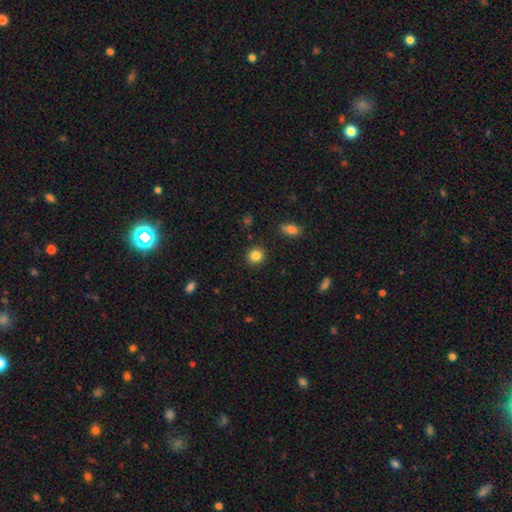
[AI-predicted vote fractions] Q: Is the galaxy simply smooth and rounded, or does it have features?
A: smooth — 85%.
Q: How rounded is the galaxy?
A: round — 90%.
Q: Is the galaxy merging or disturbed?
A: none — 90%.